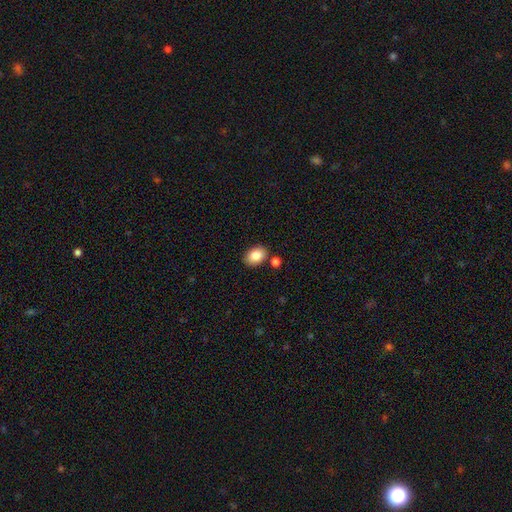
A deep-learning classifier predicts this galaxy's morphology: The model was most divided on "how rounded": in between: 75%, round: 24%, cigar-shaped: 1%. More confident: smooth or featured — smooth (84%); merging — none (81%).